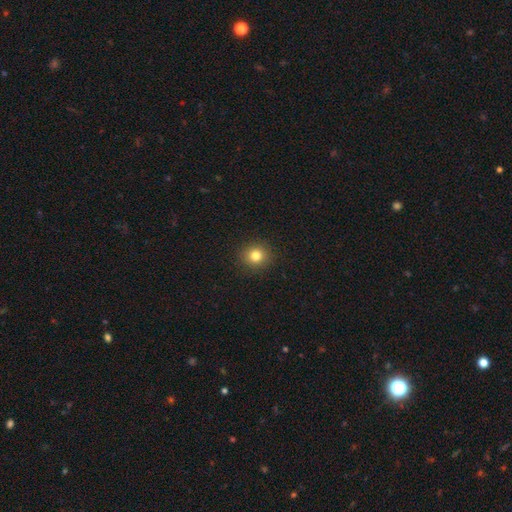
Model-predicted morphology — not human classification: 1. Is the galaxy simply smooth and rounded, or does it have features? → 81% smooth, 12% star or artifact, 7% featured or disk.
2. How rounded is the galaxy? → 86% round, 13% in between, 1% cigar-shaped.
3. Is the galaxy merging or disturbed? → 91% none, 6% minor disturbance, 2% major disturbance, 1% merger.